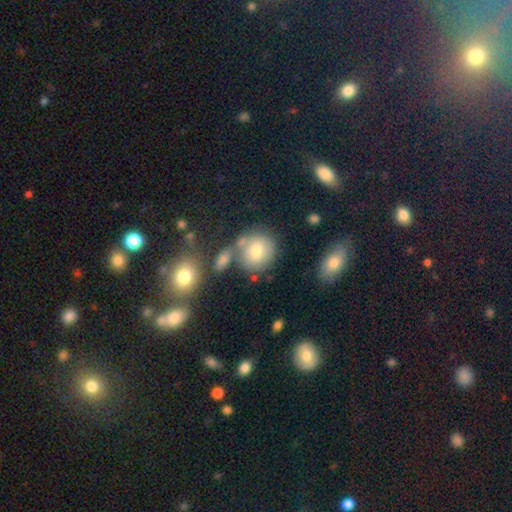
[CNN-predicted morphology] The model was most divided on "merging": none: 58%, merger: 21%, minor disturbance: 14%, major disturbance: 6%. More confident: how rounded — round (79%); smooth or featured — smooth (75%).